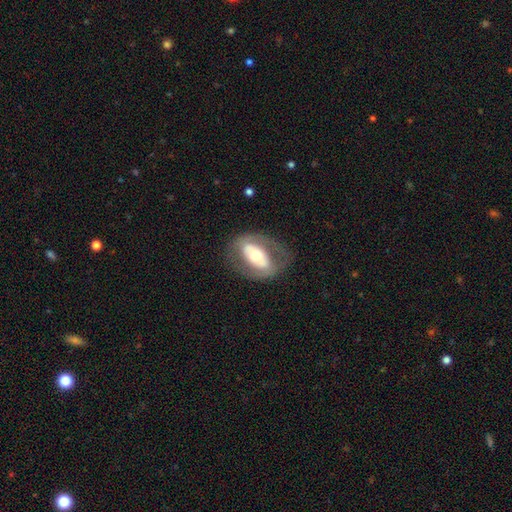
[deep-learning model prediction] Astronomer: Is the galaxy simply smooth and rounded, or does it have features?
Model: featured or disk — 59% (runner-up: smooth, 35%).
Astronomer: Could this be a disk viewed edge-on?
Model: no — 90%.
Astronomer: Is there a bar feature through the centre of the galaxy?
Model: no — 47% (runner-up: strong, 33%).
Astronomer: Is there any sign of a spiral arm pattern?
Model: no — 73%.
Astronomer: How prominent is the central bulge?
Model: moderate — 60%.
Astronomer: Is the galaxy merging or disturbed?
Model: none — 70%.